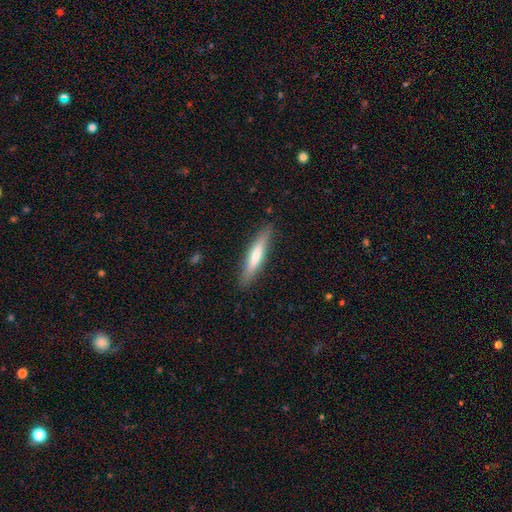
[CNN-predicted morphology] Overall: smooth (62%; featured or disk 32%). How rounded: cigar-shaped (88%). Merging: none (86%).